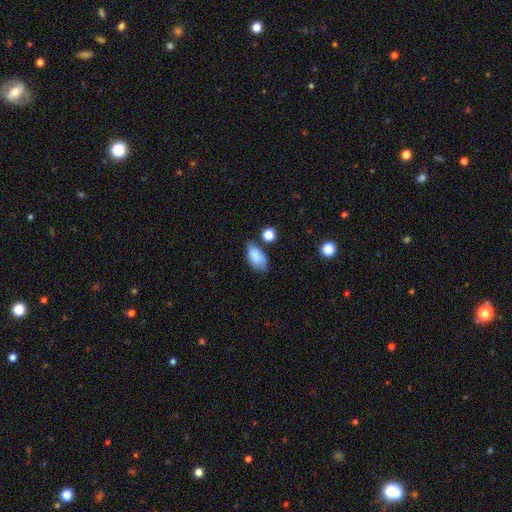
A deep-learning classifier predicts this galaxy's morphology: Overall: smooth (81%). How rounded: in between (91%). Merging: none (53%; minor disturbance 29%).